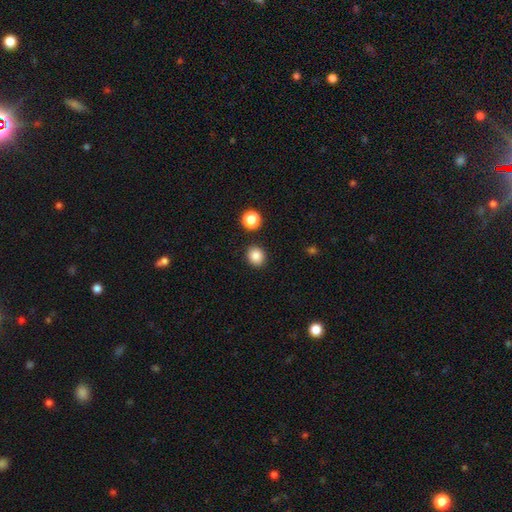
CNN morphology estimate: A smooth galaxy with no disk features (85%) that is round (80%).

Vote fractions:
- Smooth or featured? smooth: 85% / star or artifact: 10% / featured or disk: 4%
- How rounded? round: 80% / in between: 19% / cigar-shaped: 1%
- Merging? none: 89% / minor disturbance: 6% / merger: 3% / major disturbance: 2%